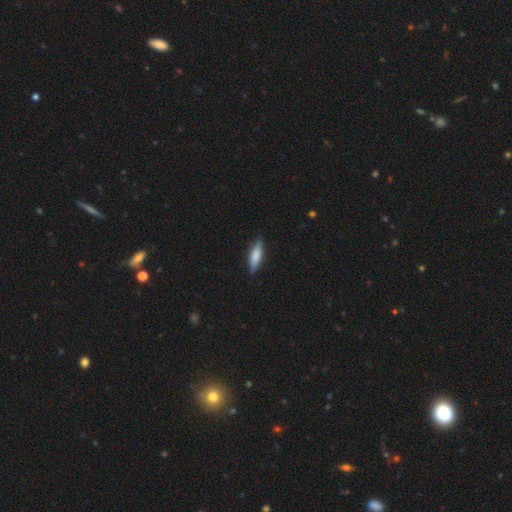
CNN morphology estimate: Smooth or featured: smooth — 71% (featured or disk — 23%)
How rounded: cigar-shaped — 63% (in between — 35%)
Merging: none — 86% (minor disturbance — 11%)